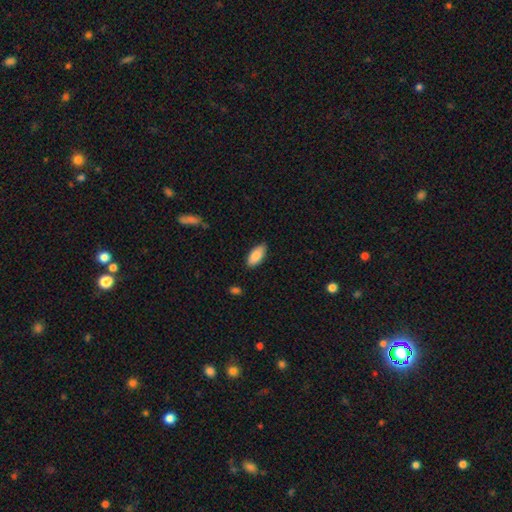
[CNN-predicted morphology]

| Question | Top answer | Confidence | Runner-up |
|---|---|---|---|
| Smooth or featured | smooth | 86% | featured or disk (7%) |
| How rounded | in between | 90% | cigar-shaped (8%) |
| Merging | none | 83% | minor disturbance (14%) |